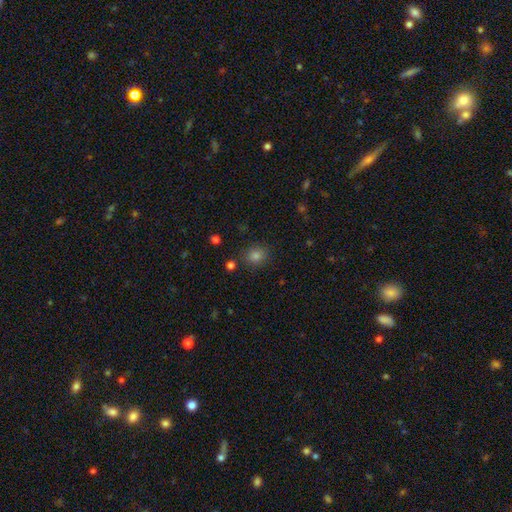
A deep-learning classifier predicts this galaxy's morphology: Q: Smooth or featured?
A: smooth (77%); runner-up: star or artifact (17%)
Q: How rounded?
A: round (72%); runner-up: in between (27%)
Q: Merging?
A: none (85%); runner-up: minor disturbance (9%)